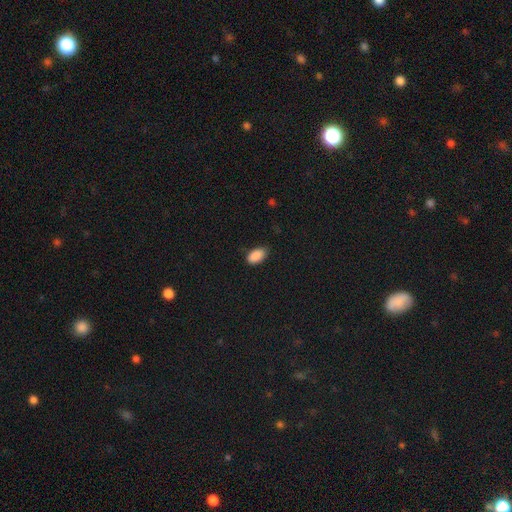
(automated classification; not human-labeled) This is clearly a smooth galaxy (90%). How rounded: clearly in between (93%). Merging: likely none (79%).